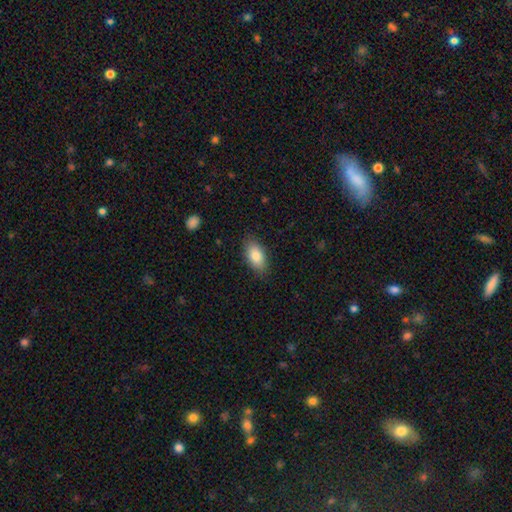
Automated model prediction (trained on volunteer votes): Overall: smooth (85%). How rounded: in between (92%). Merging: none (85%).